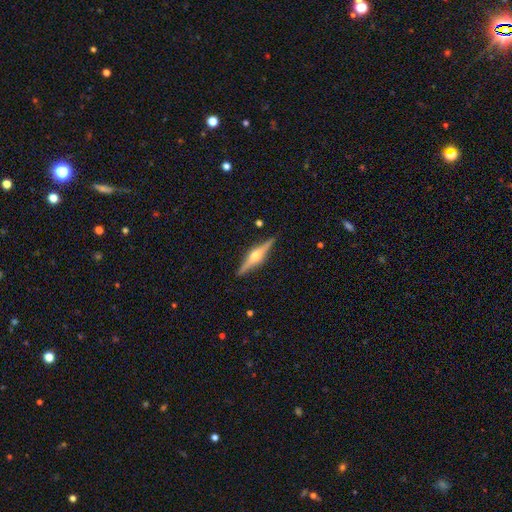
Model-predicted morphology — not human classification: A featured or disk galaxy (78%) viewed edge-on (97%) with a rounded central bulge (92%). Merging: none (89%).